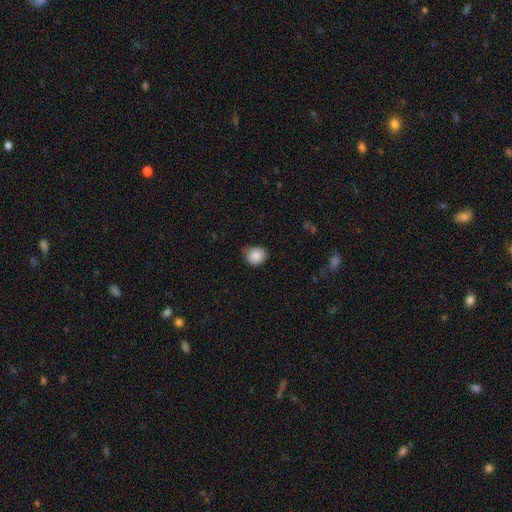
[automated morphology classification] The model was most divided on "merging": none: 70%, minor disturbance: 25%, major disturbance: 4%, merger: 1%. More confident: smooth or featured — smooth (87%); how rounded — round (77%).